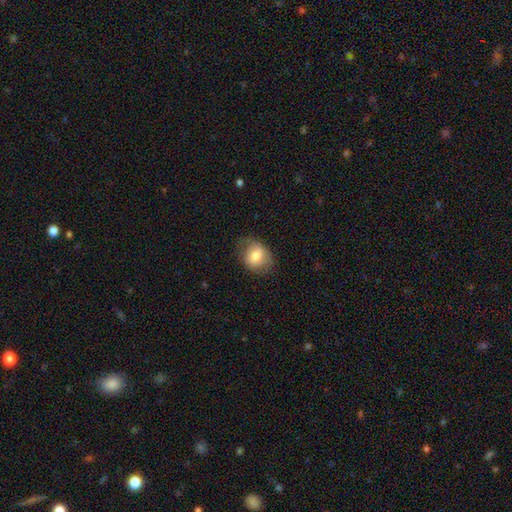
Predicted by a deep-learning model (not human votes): Morphology: type=smooth (71%); roundness=in between (51%); merging=none (67%).